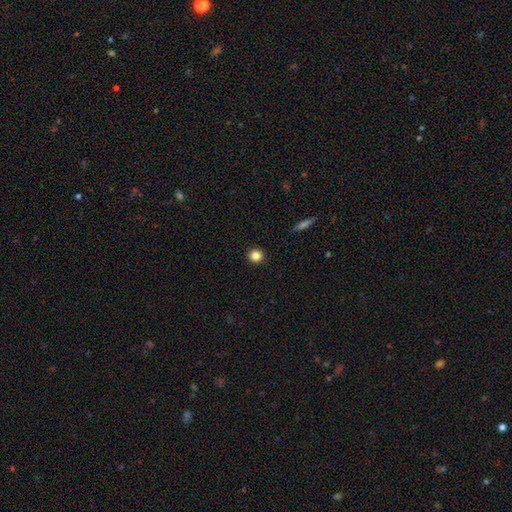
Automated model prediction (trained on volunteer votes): smooth 84%, star or artifact 11%, featured or disk 5%. Down the decision tree: how rounded — round (91%); merging — none (93%).